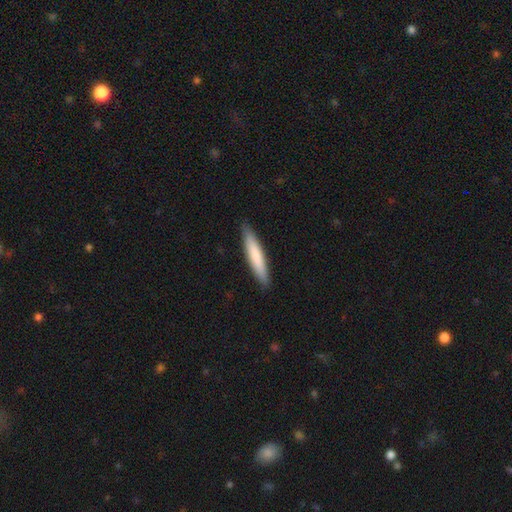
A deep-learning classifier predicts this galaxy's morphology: Smooth or featured? Predicted: smooth (p=0.75). How rounded? Predicted: cigar-shaped (p=0.91). Merging? Predicted: none (p=0.90).